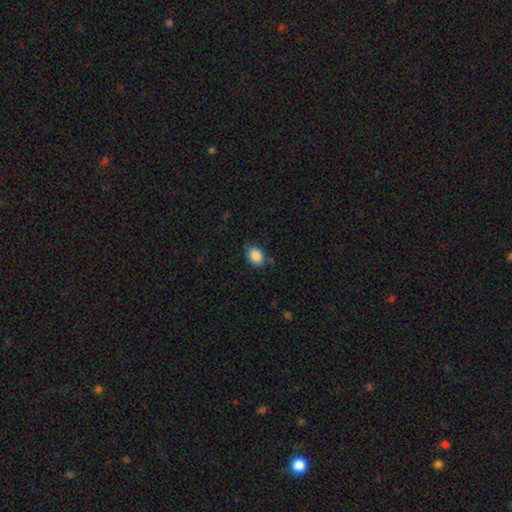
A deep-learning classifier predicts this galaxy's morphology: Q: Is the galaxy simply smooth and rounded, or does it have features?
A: smooth — 87%.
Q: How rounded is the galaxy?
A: in between — 71%.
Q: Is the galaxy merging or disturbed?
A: none — 73%.